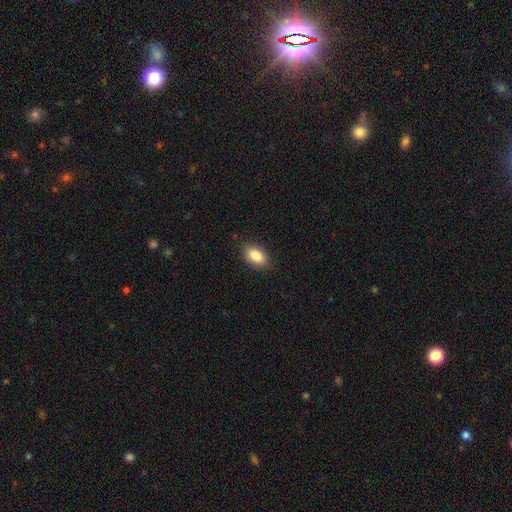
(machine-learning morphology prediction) smooth_or_featured: smooth (p=0.86) [alt: star or artifact p=0.07]
how_rounded: in between (p=0.91) [alt: round p=0.06]
merging: none (p=0.87) [alt: minor disturbance p=0.10]